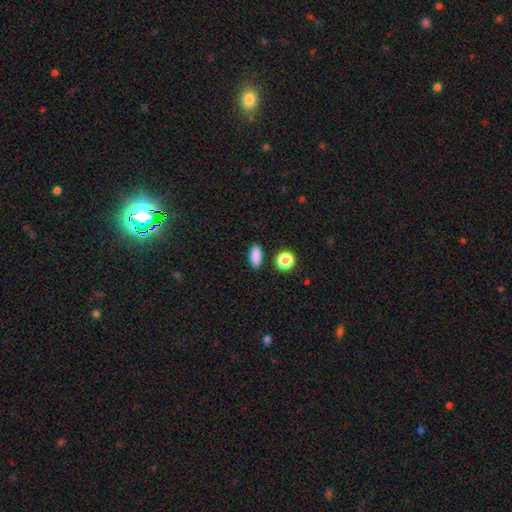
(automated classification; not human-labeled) Overall: smooth (86%). How rounded: in between (79%). Merging: none (87%).